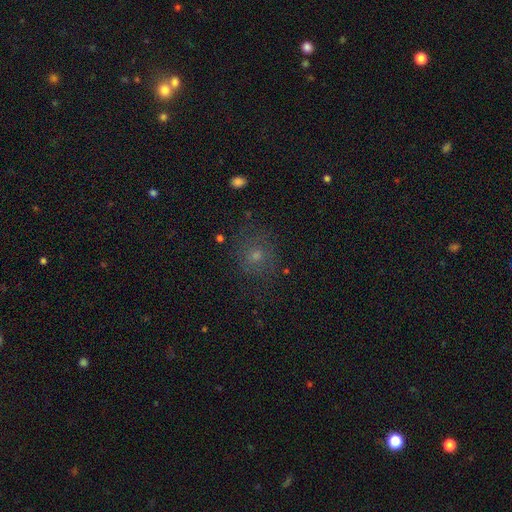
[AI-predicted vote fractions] A smooth galaxy with no disk features (48%). Merging: none (72%).